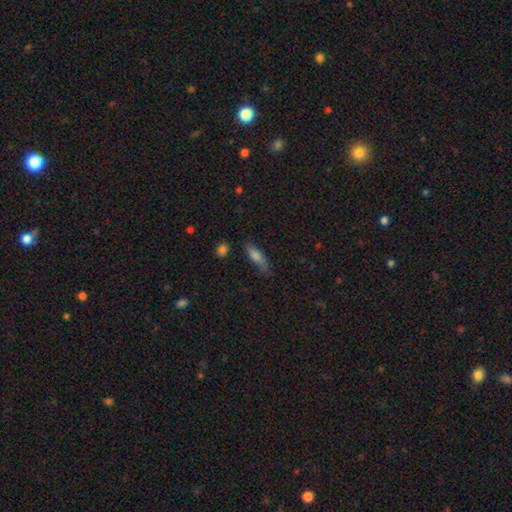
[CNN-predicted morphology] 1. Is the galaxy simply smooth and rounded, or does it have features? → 78% smooth, 14% featured or disk, 8% star or artifact.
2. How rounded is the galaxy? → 49% cigar-shaped, 48% in between, 3% round.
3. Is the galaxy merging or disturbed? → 62% none, 28% minor disturbance, 7% major disturbance, 3% merger.